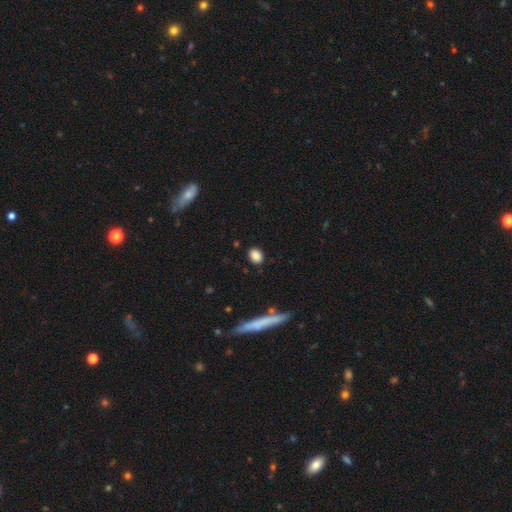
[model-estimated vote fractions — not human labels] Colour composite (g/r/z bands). It shows a smooth galaxy with no disk features (87%) that is in between round and cigar-shaped (59%). Merging: none (86%).